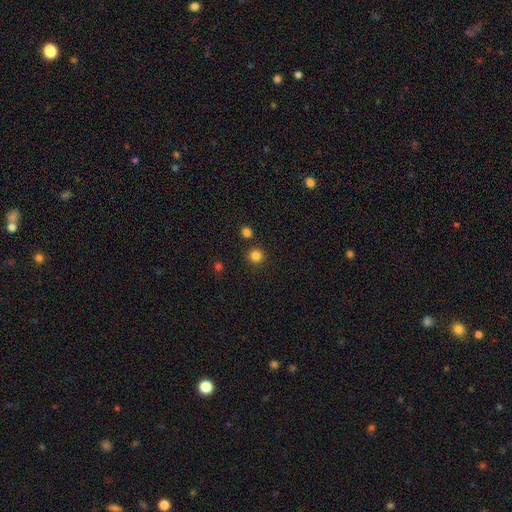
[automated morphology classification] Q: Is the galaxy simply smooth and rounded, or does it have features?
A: smooth — 83%.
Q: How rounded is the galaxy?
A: round — 94%.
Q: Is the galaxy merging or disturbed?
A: none — 88%.